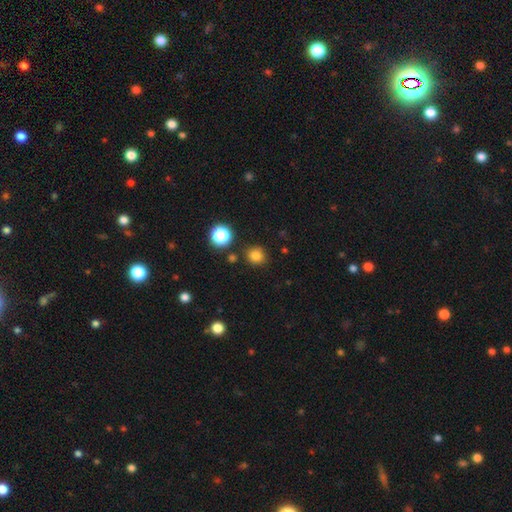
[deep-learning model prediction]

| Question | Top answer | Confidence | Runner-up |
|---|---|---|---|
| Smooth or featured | smooth | 80% | star or artifact (15%) |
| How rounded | round | 88% | in between (11%) |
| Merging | none | 86% | minor disturbance (8%) |